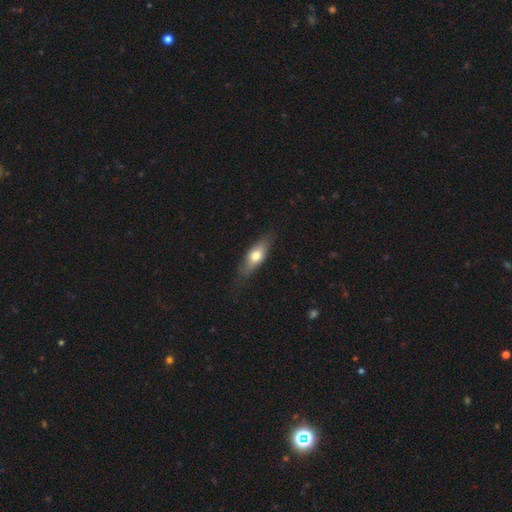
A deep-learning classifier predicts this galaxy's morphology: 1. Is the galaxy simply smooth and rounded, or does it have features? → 62% smooth, 31% featured or disk, 6% star or artifact.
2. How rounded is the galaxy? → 64% in between, 32% cigar-shaped, 4% round.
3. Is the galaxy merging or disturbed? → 76% none, 18% minor disturbance, 4% major disturbance, 1% merger.